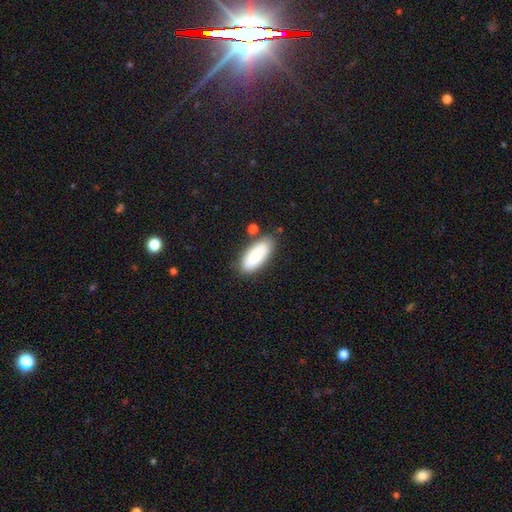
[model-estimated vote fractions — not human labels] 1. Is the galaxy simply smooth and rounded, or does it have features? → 78% smooth, 16% featured or disk, 6% star or artifact.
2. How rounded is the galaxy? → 88% in between, 10% cigar-shaped, 2% round.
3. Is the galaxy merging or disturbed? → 76% none, 15% minor disturbance, 5% merger, 4% major disturbance.